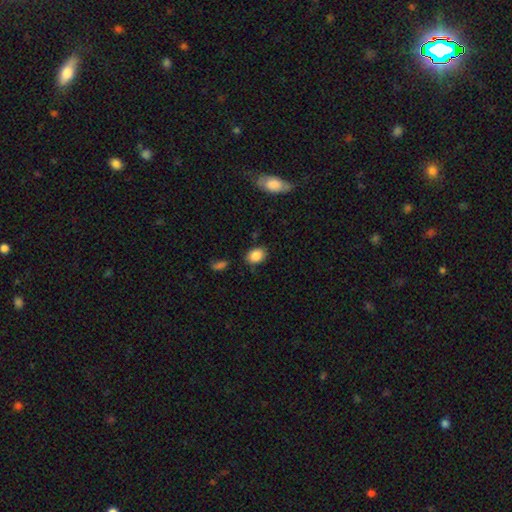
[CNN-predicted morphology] Q: Smooth or featured?
A: smooth (86%); runner-up: star or artifact (8%)
Q: How rounded?
A: in between (70%); runner-up: round (29%)
Q: Merging?
A: none (79%); runner-up: minor disturbance (15%)